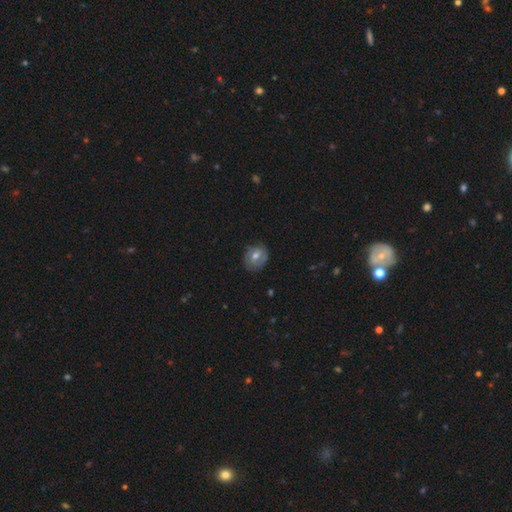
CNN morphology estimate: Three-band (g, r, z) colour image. It shows a featured or disk galaxy (46%, tied with smooth). Merging: none (75%).